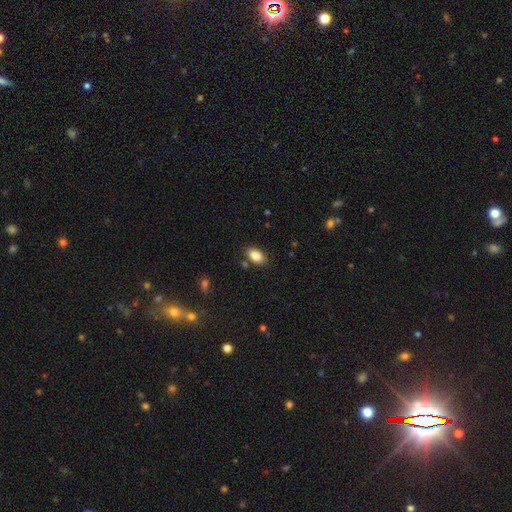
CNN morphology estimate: Smooth or featured? Predicted: smooth (p=0.84). How rounded? Predicted: in between (p=0.91). Merging? Predicted: none (p=0.83).